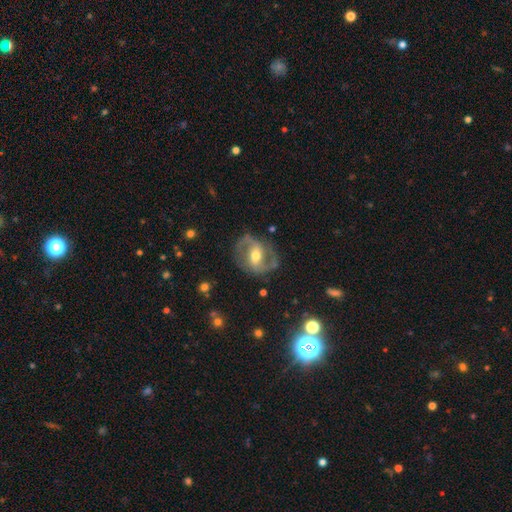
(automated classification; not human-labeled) featured or disk 83%, smooth 11%, star or artifact 5%. Down the decision tree: edge-on disk — no (97%); bar — weak (42%); spiral arms — yes (90%); spiral arm count — 2 (90%); spiral winding — medium (55%); bulge size — moderate (71%); merging — none (79%).